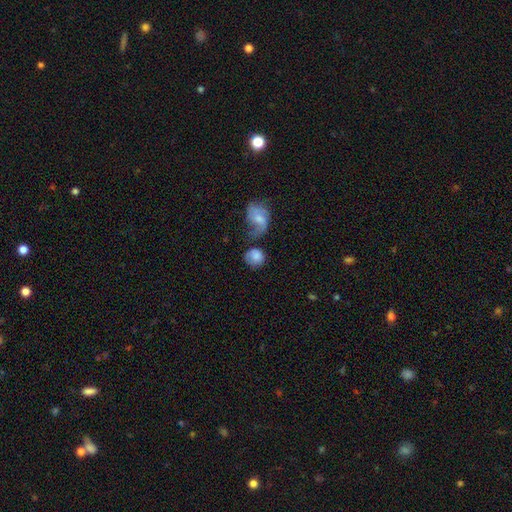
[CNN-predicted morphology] smooth_or_featured: smooth (p=0.74) [alt: featured or disk p=0.18]
how_rounded: round (p=0.74) [alt: in between p=0.25]
merging: none (p=0.41) [alt: merger p=0.27]